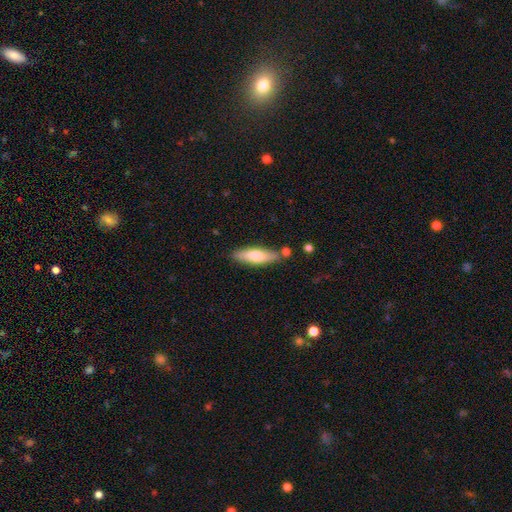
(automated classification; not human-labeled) smooth-or-featured: smooth: 70% | featured or disk: 24% | star or artifact: 6%
  how-rounded: cigar-shaped: 60% | in between: 38% | round: 2%
  merging: none: 78% | minor disturbance: 13% | merger: 6% | major disturbance: 3%